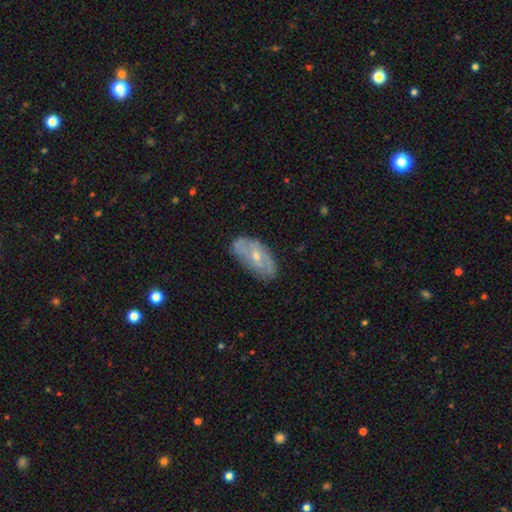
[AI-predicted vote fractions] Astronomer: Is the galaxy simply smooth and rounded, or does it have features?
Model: featured or disk — 55% (runner-up: smooth, 39%).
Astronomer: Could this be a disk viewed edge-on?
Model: no — 89%.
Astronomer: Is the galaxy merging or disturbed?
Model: none — 69%.